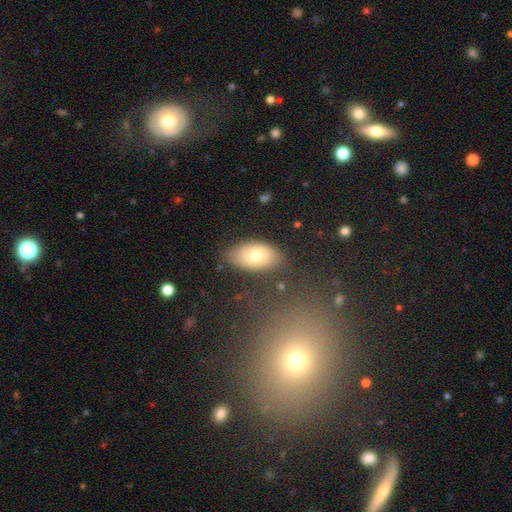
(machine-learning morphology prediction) type=smooth (68%); roundness=in between (92%); merging=none (75%).